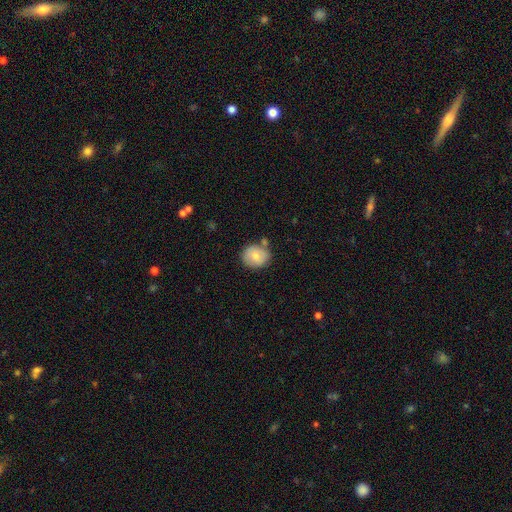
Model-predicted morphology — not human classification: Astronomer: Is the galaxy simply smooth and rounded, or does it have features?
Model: smooth — 75%.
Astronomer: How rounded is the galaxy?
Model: round — 71%.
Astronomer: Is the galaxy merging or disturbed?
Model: none — 69%.